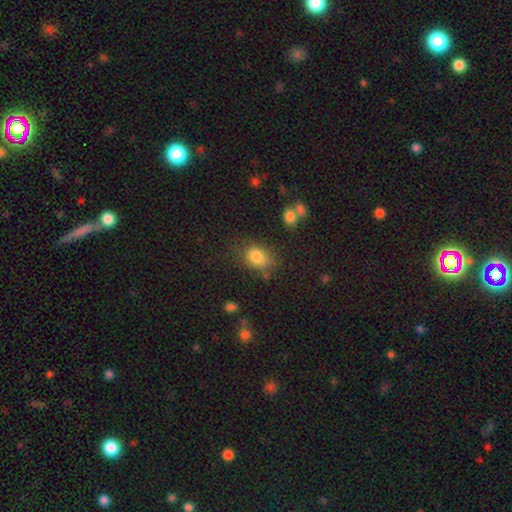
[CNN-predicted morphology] Q: Smooth or featured?
A: smooth (82%); runner-up: star or artifact (10%)
Q: How rounded?
A: in between (65%); runner-up: round (34%)
Q: Merging?
A: none (62%); runner-up: minor disturbance (23%)